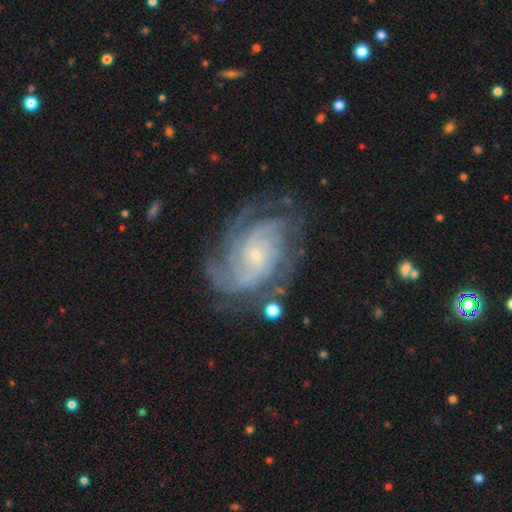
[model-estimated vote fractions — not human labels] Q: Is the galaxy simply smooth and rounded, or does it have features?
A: featured or disk — 89%.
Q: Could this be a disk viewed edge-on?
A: no — 97%.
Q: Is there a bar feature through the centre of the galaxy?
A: no — 71%.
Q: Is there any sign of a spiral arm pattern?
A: yes — 98%.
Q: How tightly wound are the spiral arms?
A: tight — 57%.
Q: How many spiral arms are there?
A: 4 — 32%.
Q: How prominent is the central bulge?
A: small — 82%.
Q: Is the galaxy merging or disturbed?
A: none — 70%.